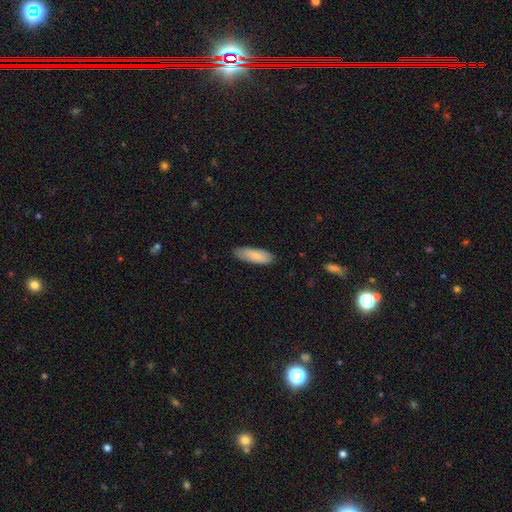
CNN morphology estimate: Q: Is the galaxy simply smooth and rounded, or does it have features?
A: smooth — 86%.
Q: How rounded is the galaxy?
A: in between — 53%.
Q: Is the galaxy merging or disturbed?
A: none — 86%.